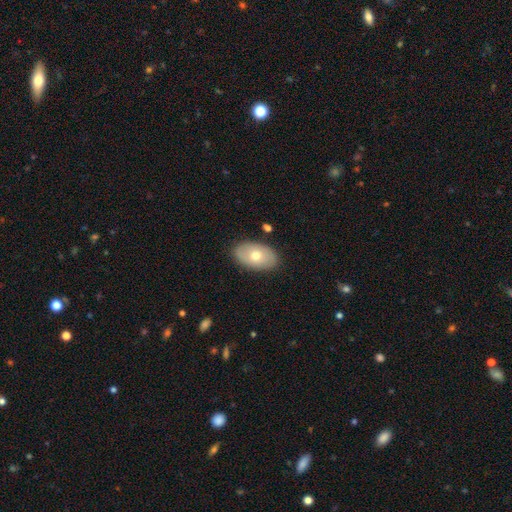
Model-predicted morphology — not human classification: Overall: smooth (65%; featured or disk 28%). How rounded: in between (92%). Merging: none (85%).